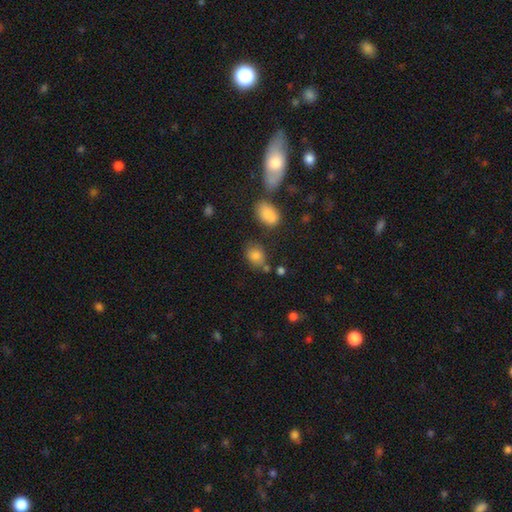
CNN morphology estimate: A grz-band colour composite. It shows a smooth galaxy with no disk features (82%) that is in between round and cigar-shaped (52%). Merging: none (66%).